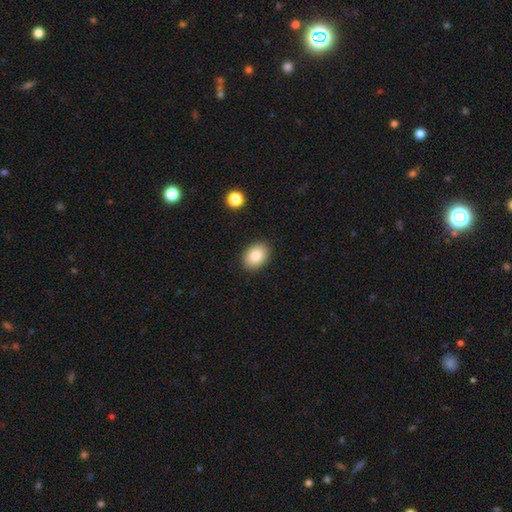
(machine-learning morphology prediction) The model was most divided on "how rounded": in between: 74%, round: 25%, cigar-shaped: 1%. More confident: merging — none (89%); smooth or featured — smooth (84%).